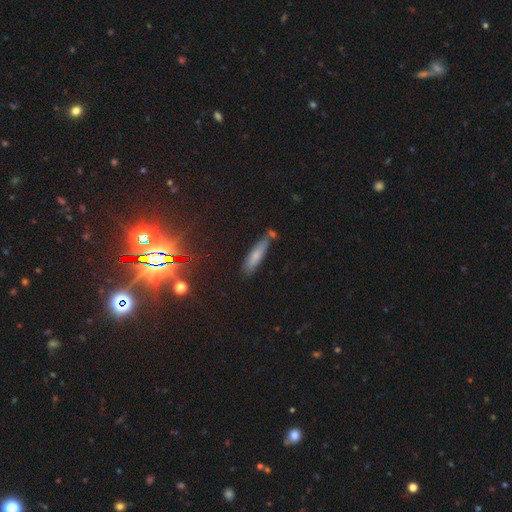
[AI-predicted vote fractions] Overall: smooth (68%). How rounded: cigar-shaped (74%). Merging: none (69%).